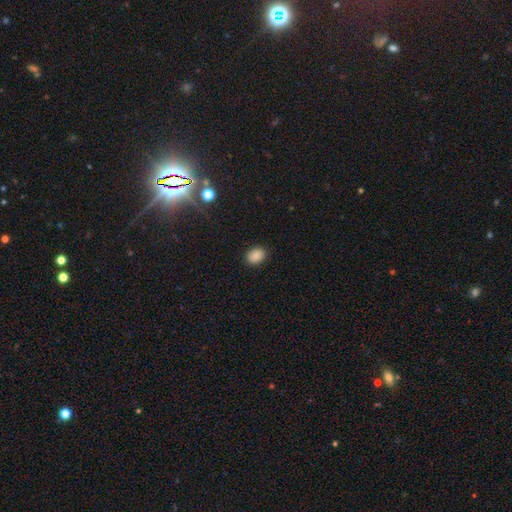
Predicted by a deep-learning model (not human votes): Smooth or featured? smooth (88%)
How rounded? in between (71%)
Merging? none (89%)